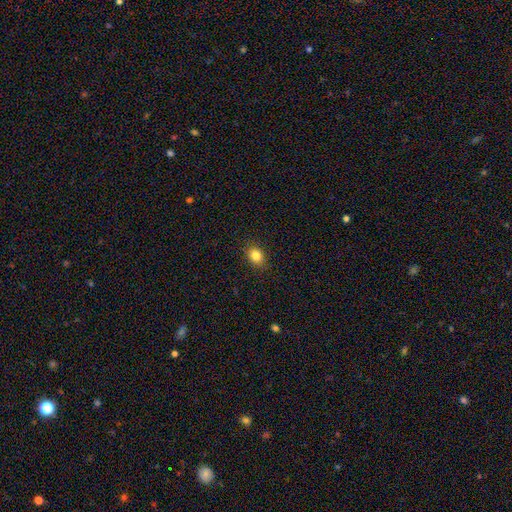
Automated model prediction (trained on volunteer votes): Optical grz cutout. It shows a smooth galaxy with no disk features (83%) that is in between round and cigar-shaped (52%). Merging: none (88%).